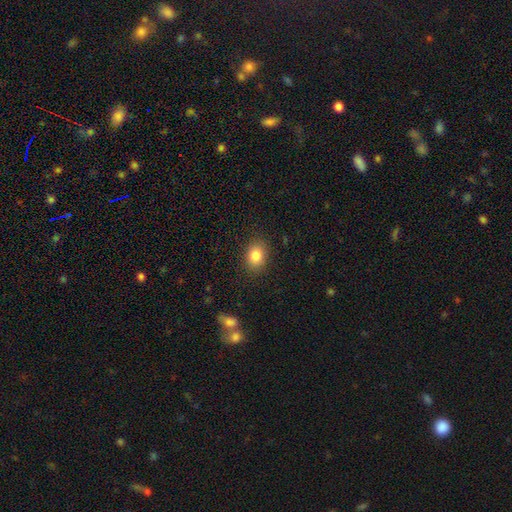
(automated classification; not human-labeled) Smooth or featured? smooth (83%)
How rounded? in between (60%)
Merging? none (87%)